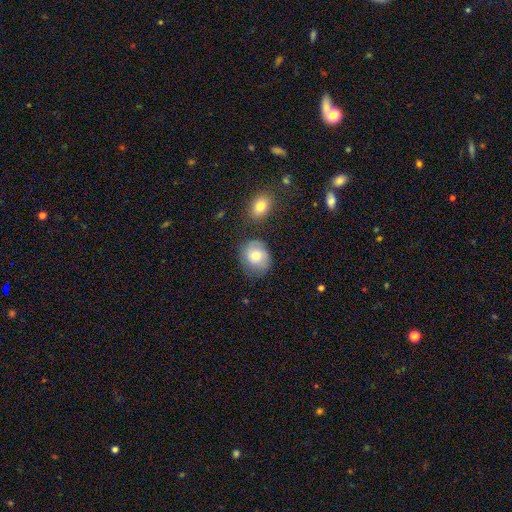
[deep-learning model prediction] smooth_or_featured: smooth (p=0.71) [alt: featured or disk p=0.21]
how_rounded: round (p=0.65) [alt: in between p=0.34]
merging: none (p=0.68) [alt: minor disturbance p=0.21]